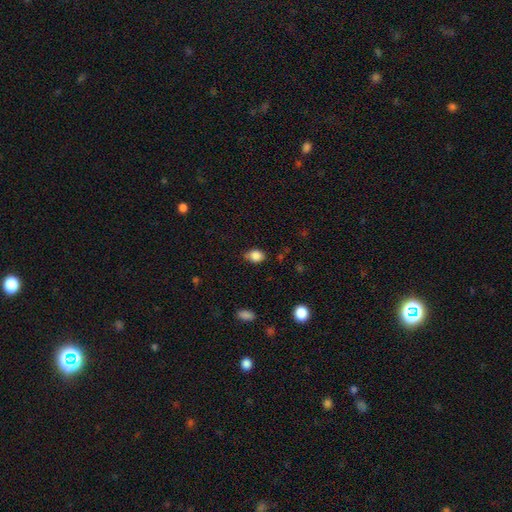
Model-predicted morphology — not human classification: smooth-or-featured: smooth: 85% | star or artifact: 10% | featured or disk: 5%
  how-rounded: in between: 61% | round: 38% | cigar-shaped: 1%
  merging: none: 66% | minor disturbance: 27% | major disturbance: 5% | merger: 2%